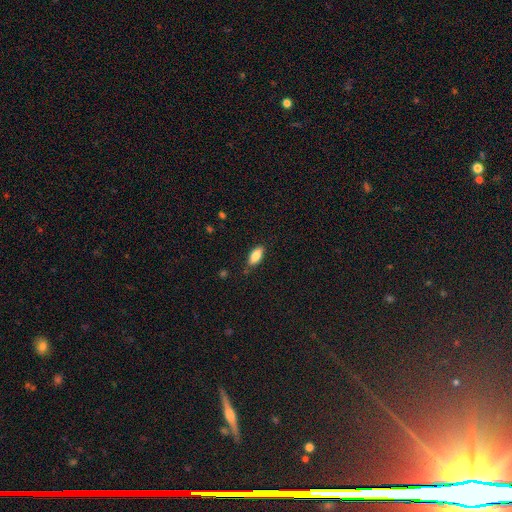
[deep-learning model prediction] This is clearly a smooth galaxy (81%). How rounded: clearly in between (86%). Merging: clearly none (84%).